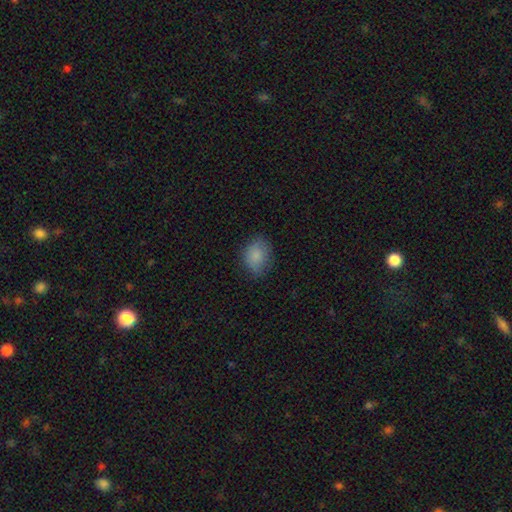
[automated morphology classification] type=smooth (85%); roundness=in between (57%); merging=none (76%).